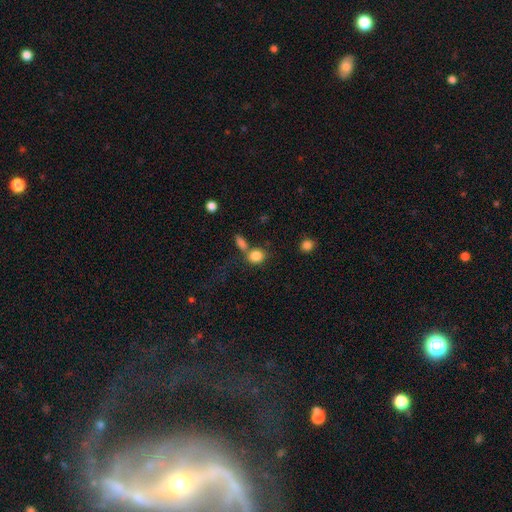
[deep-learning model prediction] This is clearly a smooth galaxy (84%). How rounded: likely round (68%). Merging: possibly none (52%).